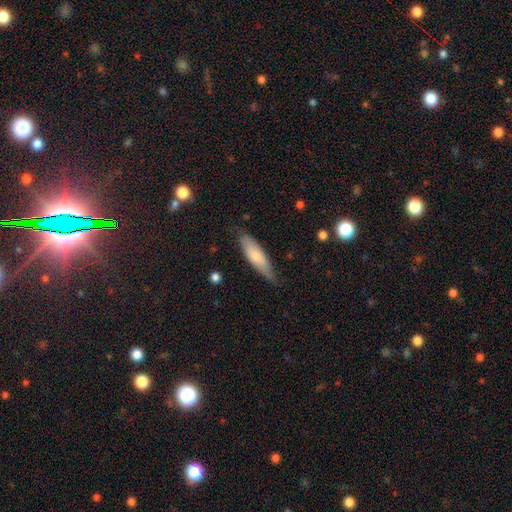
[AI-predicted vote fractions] This is likely a smooth galaxy (70%). How rounded: possibly cigar-shaped (57%). Merging: likely none (71%).